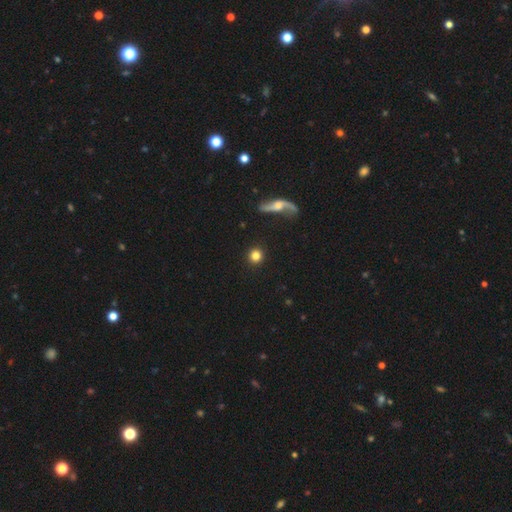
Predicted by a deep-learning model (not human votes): The model was most divided on "smooth or featured": smooth: 82%, star or artifact: 10%, featured or disk: 9%. More confident: how rounded — round (95%); merging — none (91%).